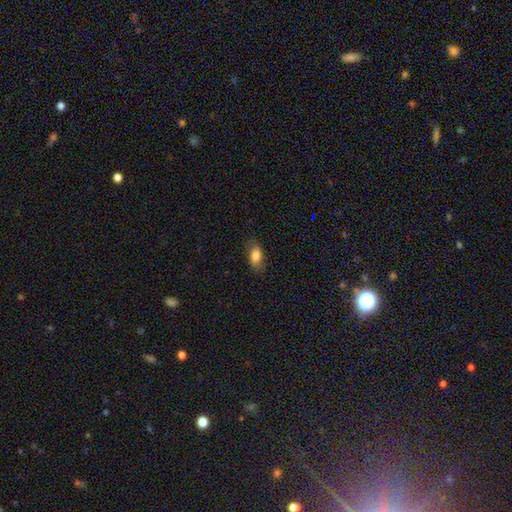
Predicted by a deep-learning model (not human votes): Smooth or featured? smooth (79%)
How rounded? in between (86%)
Merging? none (79%)